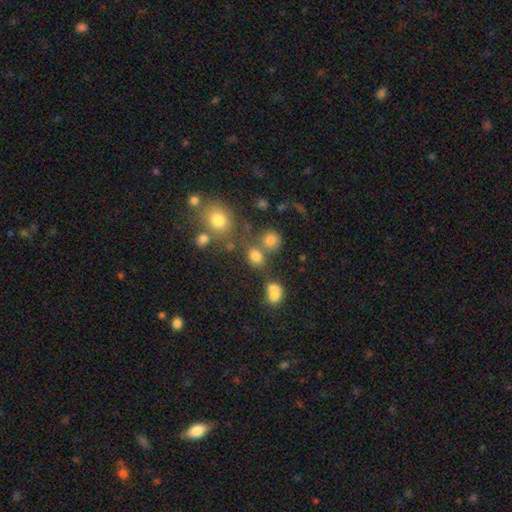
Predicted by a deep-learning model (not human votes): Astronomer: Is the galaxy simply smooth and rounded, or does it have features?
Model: smooth — 74%.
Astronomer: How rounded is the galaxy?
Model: round — 64%.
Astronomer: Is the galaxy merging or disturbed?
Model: none — 59%.